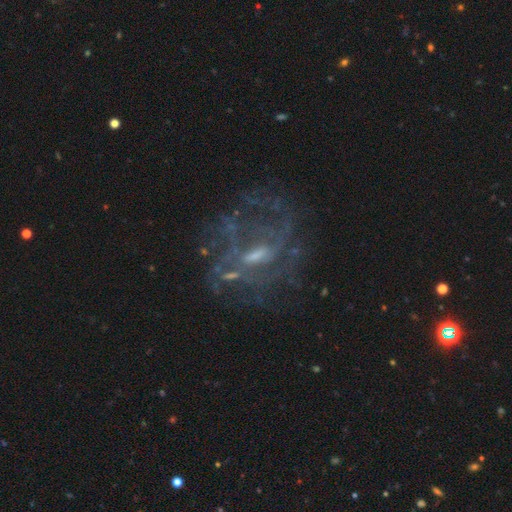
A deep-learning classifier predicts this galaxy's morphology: Smooth or featured? Predicted: featured or disk (p=0.78). Edge-on disk? Predicted: no (p=0.95). Bar? Predicted: weak (p=0.49). Spiral arms? Predicted: yes (p=0.68). Spiral winding? Predicted: medium (p=0.40). Spiral arm count? Predicted: can't tell (p=0.53). Bulge size? Predicted: small (p=0.42). Merging? Predicted: none (p=0.55).